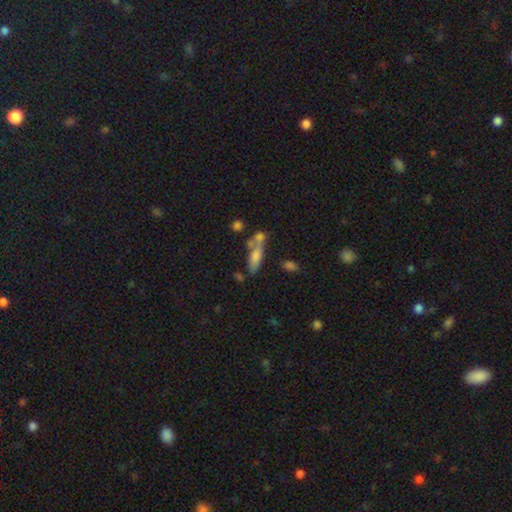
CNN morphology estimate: A smooth galaxy with no disk features (71%) that is in between round and cigar-shaped (52%).

Vote fractions:
- Smooth or featured? smooth: 71% / featured or disk: 20% / star or artifact: 9%
- How rounded? in between: 52% / cigar-shaped: 45% / round: 3%
- Merging? none: 45% / merger: 32% / minor disturbance: 16% / major disturbance: 8%